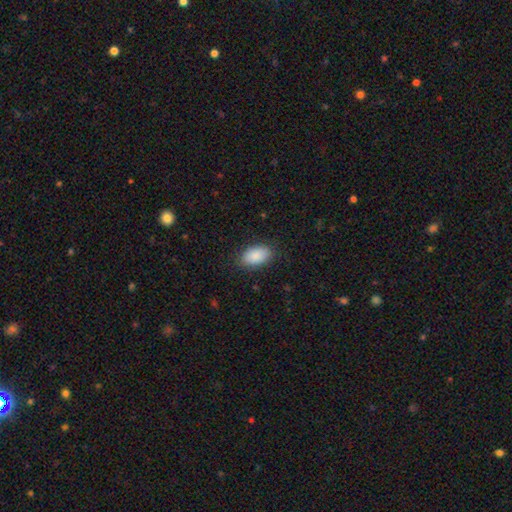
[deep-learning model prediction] Overall: smooth (89%). How rounded: in between (93%). Merging: none (85%).